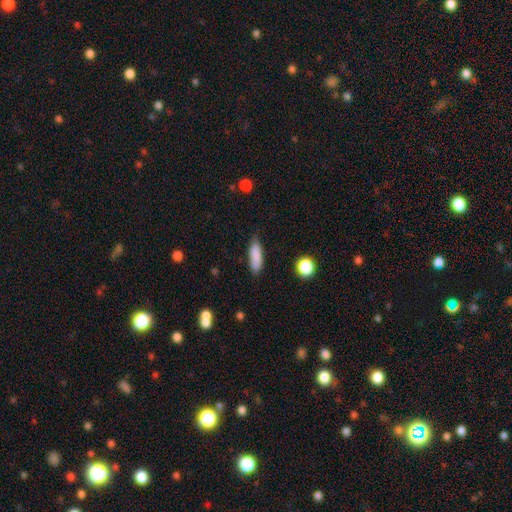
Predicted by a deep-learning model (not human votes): smooth_or_featured: smooth (p=0.85) [alt: featured or disk p=0.08]
how_rounded: cigar-shaped (p=0.49) [tied with: in between p=0.49]
merging: none (p=0.72) [alt: minor disturbance p=0.22]